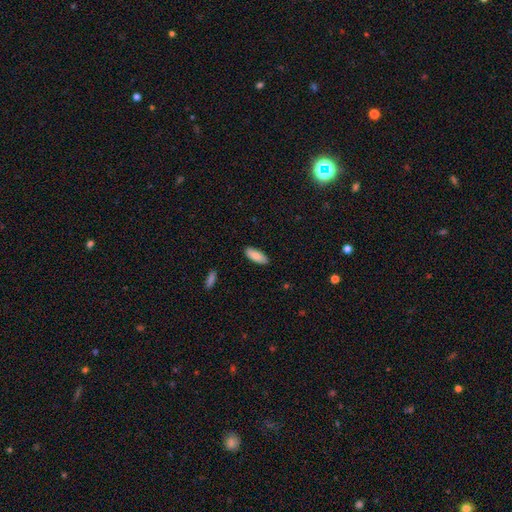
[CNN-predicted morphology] Smooth or featured? smooth (87%)
How rounded? in between (74%)
Merging? none (88%)